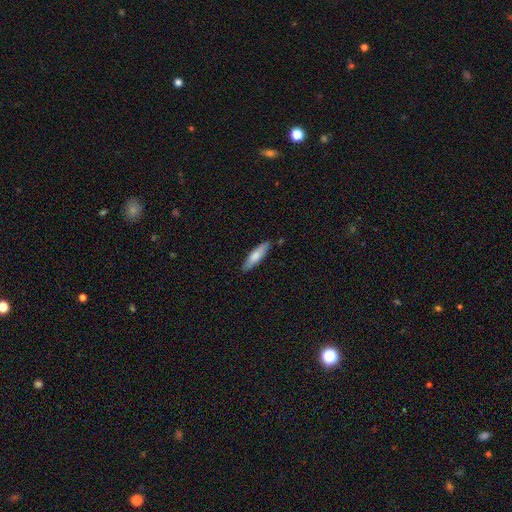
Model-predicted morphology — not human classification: Smooth or featured: smooth — 73% (featured or disk — 22%)
How rounded: cigar-shaped — 70% (in between — 29%)
Merging: none — 85% (minor disturbance — 12%)